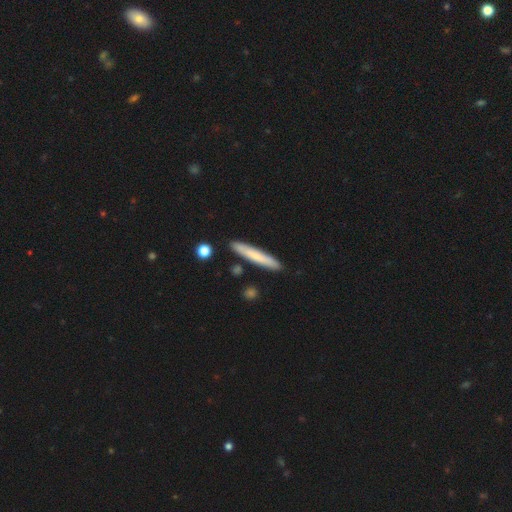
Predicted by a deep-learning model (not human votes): smooth-or-featured: smooth: 69% | featured or disk: 25% | star or artifact: 6%
  how-rounded: cigar-shaped: 94% | in between: 5% | round: 1%
  merging: none: 87% | minor disturbance: 8% | merger: 3% | major disturbance: 2%